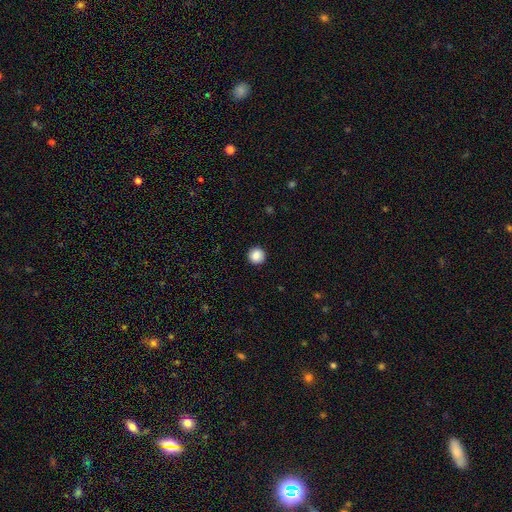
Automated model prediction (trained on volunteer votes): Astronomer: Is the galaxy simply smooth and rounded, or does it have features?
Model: smooth — 87%.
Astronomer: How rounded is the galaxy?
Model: round — 96%.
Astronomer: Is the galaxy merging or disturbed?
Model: none — 93%.